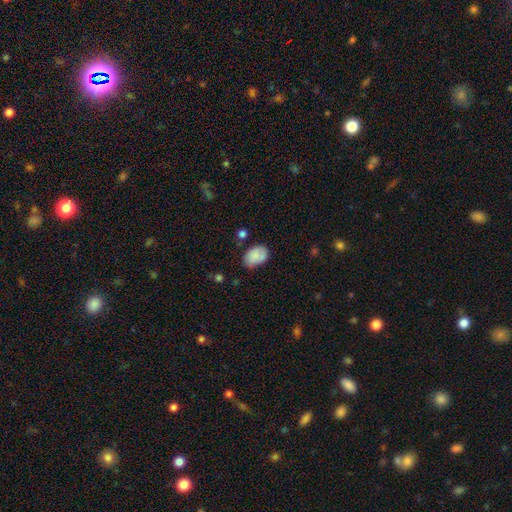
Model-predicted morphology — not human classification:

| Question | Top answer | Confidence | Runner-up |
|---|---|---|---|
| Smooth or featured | smooth | 82% | featured or disk (10%) |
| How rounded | in between | 84% | round (15%) |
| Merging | none | 66% | minor disturbance (24%) |